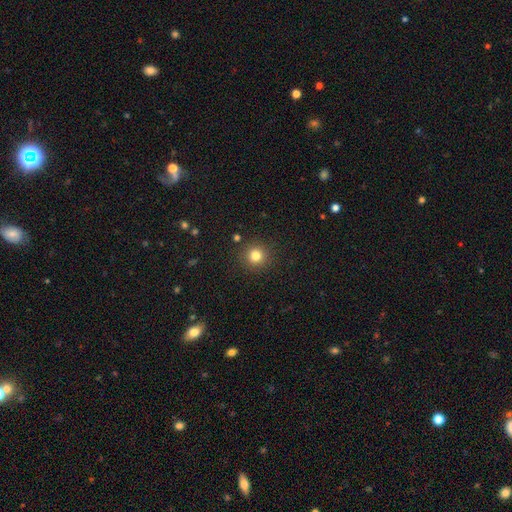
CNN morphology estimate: A smooth galaxy with no disk features (81%) that is round (94%).

Vote fractions:
- Smooth or featured? smooth: 81% / star or artifact: 13% / featured or disk: 6%
- How rounded? round: 94% / in between: 5% / cigar-shaped: 1%
- Merging? none: 90% / minor disturbance: 6% / major disturbance: 2% / merger: 2%